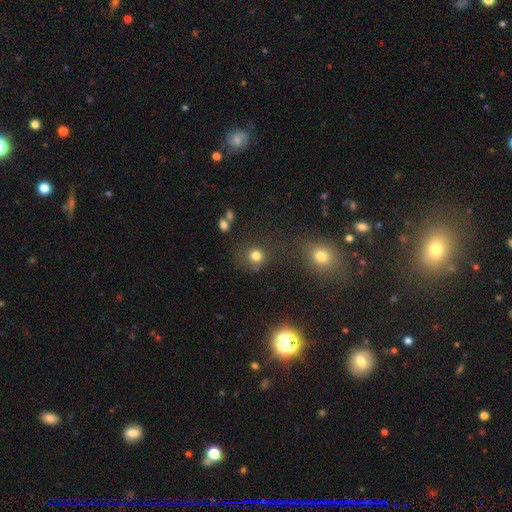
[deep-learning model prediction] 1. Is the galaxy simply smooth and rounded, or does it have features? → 78% smooth, 15% star or artifact, 7% featured or disk.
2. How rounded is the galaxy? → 86% round, 13% in between, 1% cigar-shaped.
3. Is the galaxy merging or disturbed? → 66% none, 14% minor disturbance, 11% merger, 9% major disturbance.